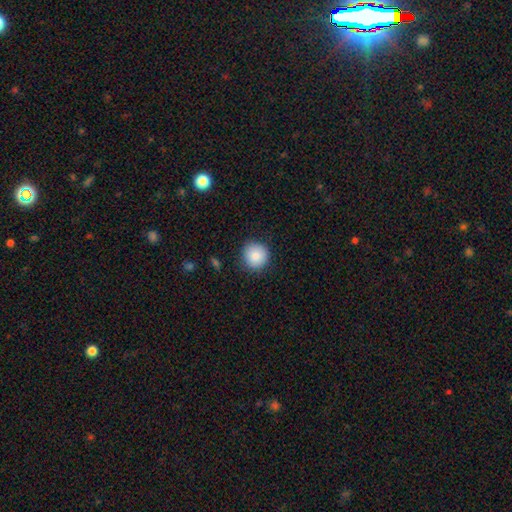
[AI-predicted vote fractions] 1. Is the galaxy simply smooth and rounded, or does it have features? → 86% smooth, 8% star or artifact, 5% featured or disk.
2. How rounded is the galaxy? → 93% round, 6% in between, 1% cigar-shaped.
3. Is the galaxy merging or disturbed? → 86% none, 10% minor disturbance, 3% major disturbance, 1% merger.